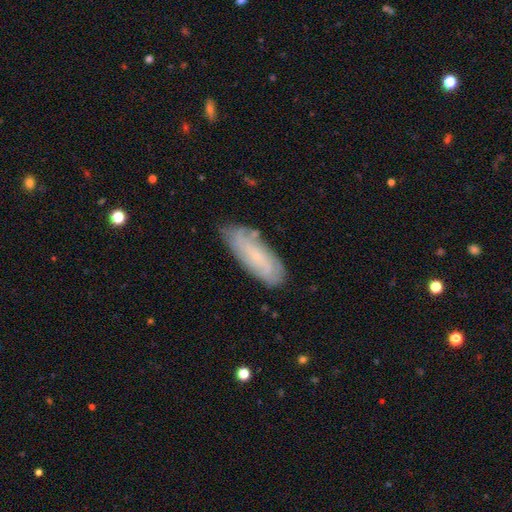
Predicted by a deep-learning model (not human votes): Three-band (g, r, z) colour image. It shows a featured or disk galaxy (50%). Merging: none (78%).